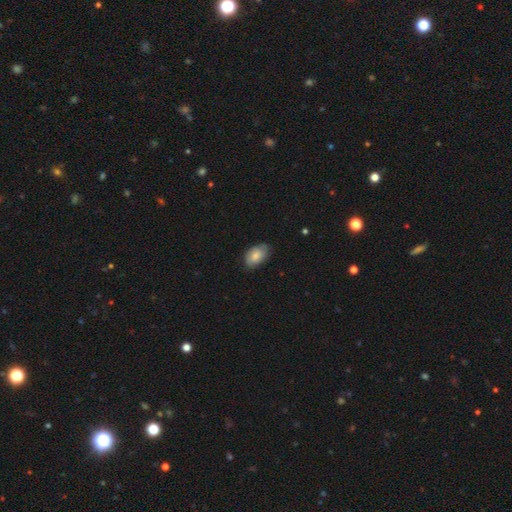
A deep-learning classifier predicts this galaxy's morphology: Overall: smooth (77%). How rounded: in between (90%). Merging: none (73%).